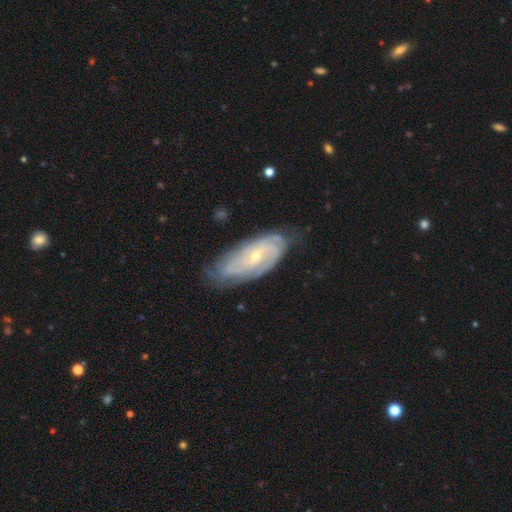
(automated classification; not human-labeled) Q: Smooth or featured?
A: featured or disk (82%); runner-up: smooth (12%)
Q: Edge-on disk?
A: no (93%); runner-up: yes (7%)
Q: Bar?
A: no (62%); runner-up: weak (30%)
Q: Spiral arms?
A: yes (95%); runner-up: no (5%)
Q: Spiral winding?
A: tight (67%); runner-up: medium (27%)
Q: Spiral arm count?
A: can't tell (36%); runner-up: 2 (23%)
Q: Bulge size?
A: small (72%); runner-up: moderate (25%)
Q: Merging?
A: none (70%); runner-up: minor disturbance (23%)